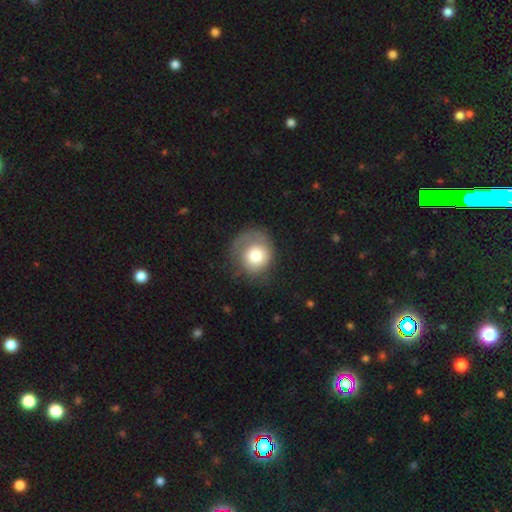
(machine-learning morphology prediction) Smooth or featured: smooth — 70% (featured or disk — 23%)
How rounded: round — 80% (in between — 19%)
Merging: none — 53% (minor disturbance — 25%)